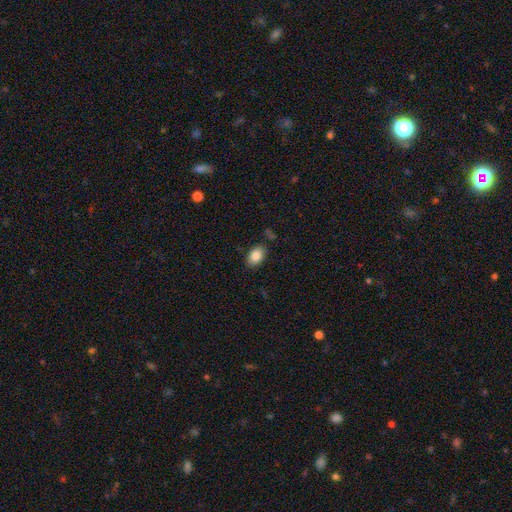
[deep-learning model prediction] smooth 85%, star or artifact 8%, featured or disk 7%. Down the decision tree: how rounded — in between (87%); merging — none (84%).